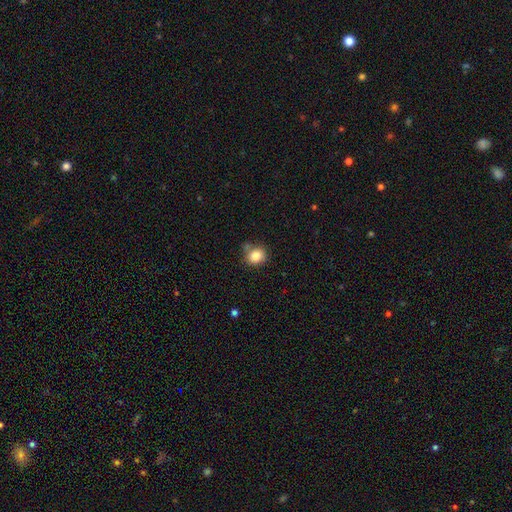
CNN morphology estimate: This is clearly a smooth galaxy (84%). How rounded: likely round (75%). Merging: likely none (68%).